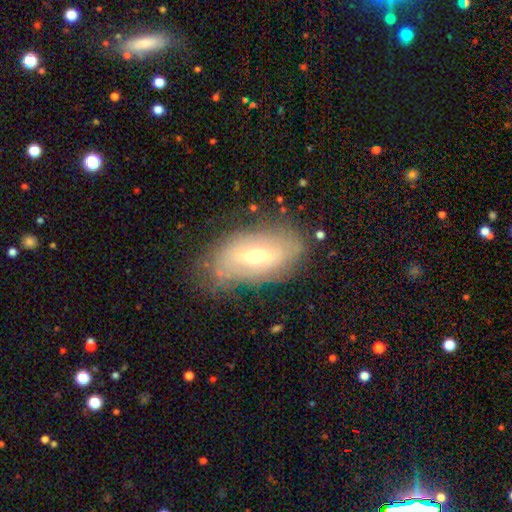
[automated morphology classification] A featured or disk galaxy (56%). Merging: none (68%).